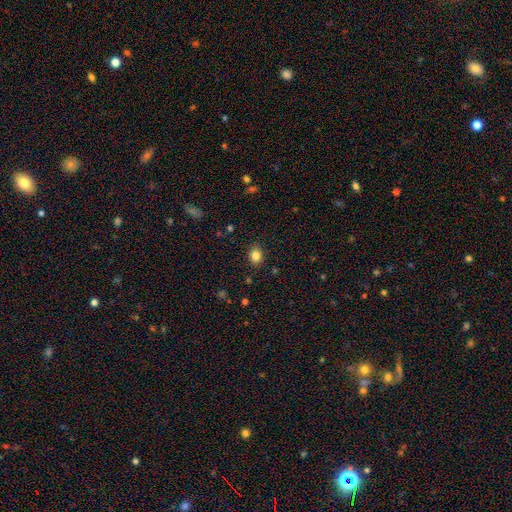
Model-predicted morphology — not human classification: Smooth or featured? Predicted: smooth (p=0.83). How rounded? Predicted: round (p=0.50). Merging? Predicted: none (p=0.87).